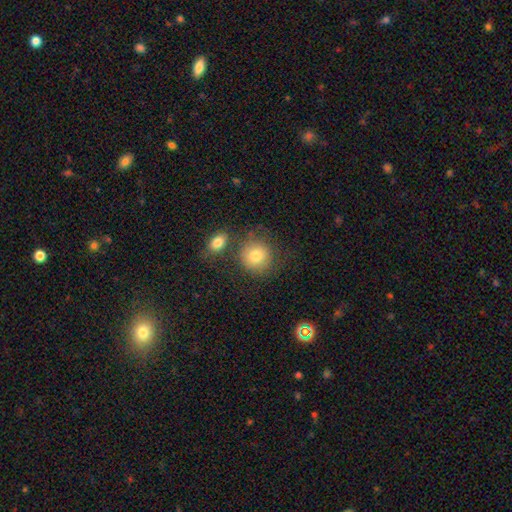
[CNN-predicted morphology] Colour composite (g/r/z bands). It shows a smooth galaxy with no disk features (81%) that is round (88%). Merging: none (67%).